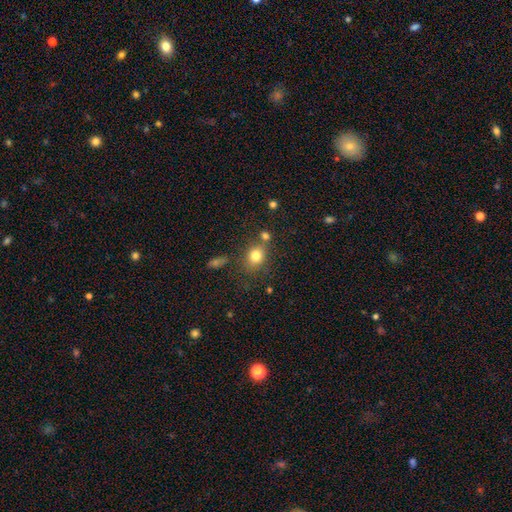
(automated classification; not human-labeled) Overall: smooth (79%). How rounded: round (58%; in between 41%). Merging: none (66%).